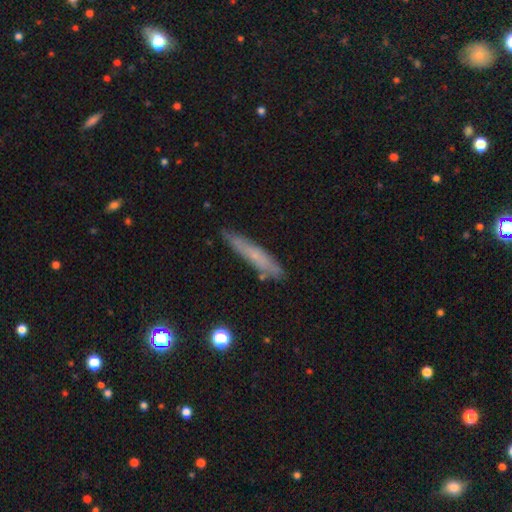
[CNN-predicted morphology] Q: Smooth or featured?
A: smooth (53%); runner-up: featured or disk (38%)
Q: How rounded?
A: cigar-shaped (90%); runner-up: in between (8%)
Q: Merging?
A: none (81%); runner-up: minor disturbance (14%)